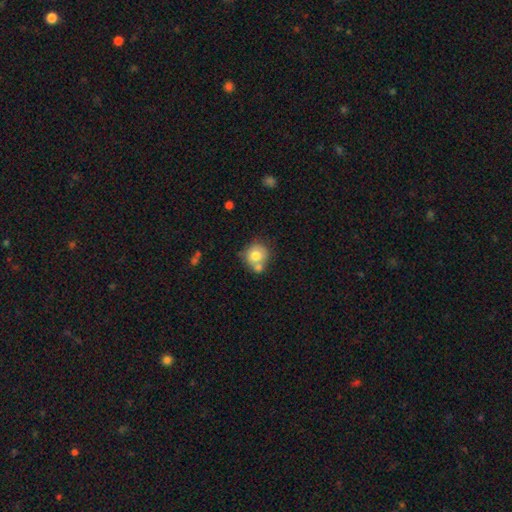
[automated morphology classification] Smooth or featured? smooth (72%)
How rounded? round (85%)
Merging? none (45%)